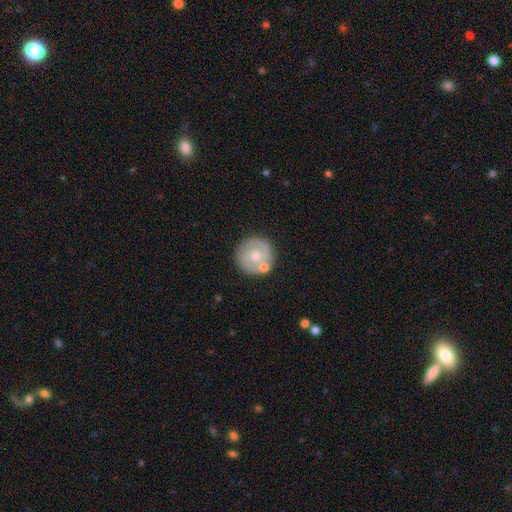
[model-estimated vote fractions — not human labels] A featured or disk galaxy (69%) with no bar (67%), 2 (79%) tight (56%) spiral arms (86%) and a moderate central bulge (60%). Merging: none (76%).